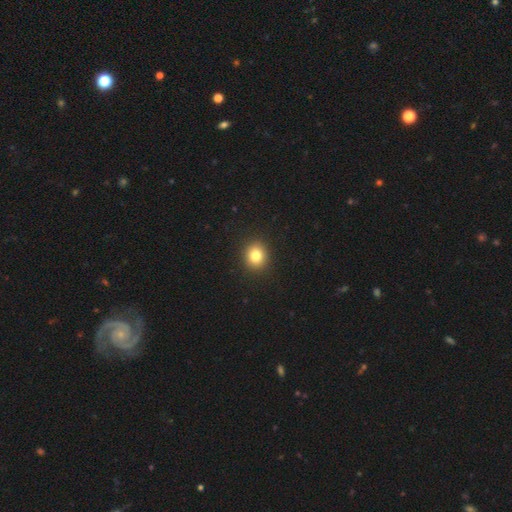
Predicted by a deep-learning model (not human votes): Overall: smooth (82%). How rounded: round (78%). Merging: none (92%).